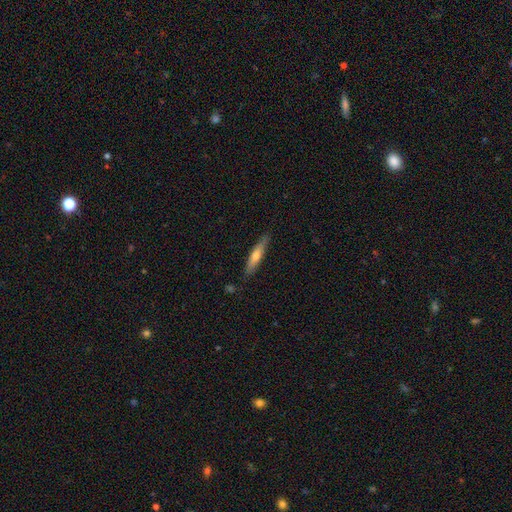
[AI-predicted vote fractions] A smooth galaxy with no disk features (53%) that is cigar-shaped (86%).

Vote fractions:
- Smooth or featured? smooth: 53% / featured or disk: 41% / star or artifact: 6%
- How rounded? cigar-shaped: 86% / in between: 12% / round: 2%
- Merging? none: 85% / minor disturbance: 12% / major disturbance: 2% / merger: 1%